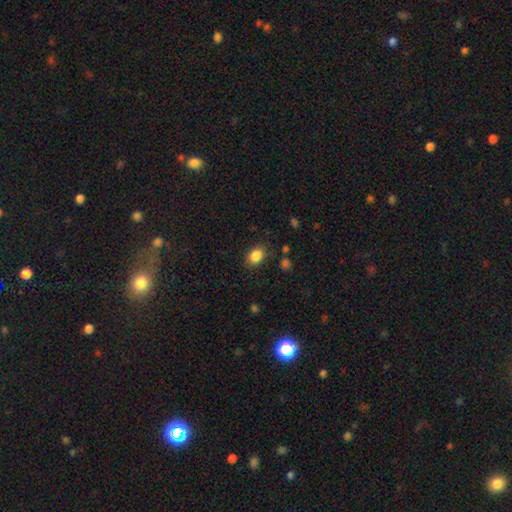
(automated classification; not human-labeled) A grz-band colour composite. It shows a smooth galaxy with no disk features (86%) that is in between round and cigar-shaped (63%). Merging: none (81%).